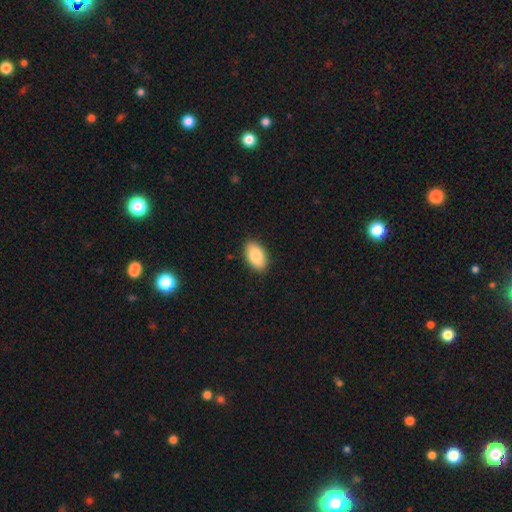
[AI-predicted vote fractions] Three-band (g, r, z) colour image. It shows a smooth galaxy with no disk features (86%) that is in between round and cigar-shaped (93%). Merging: none (88%).